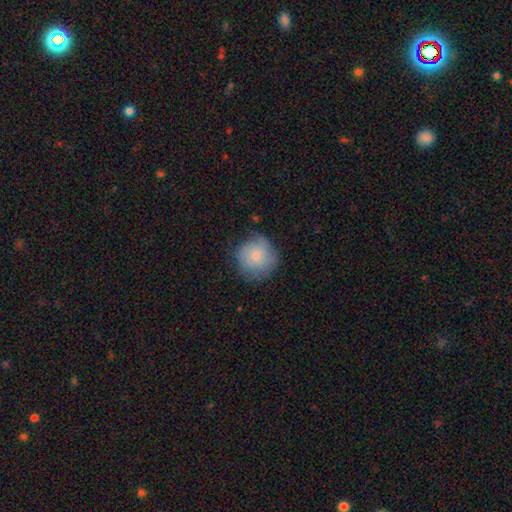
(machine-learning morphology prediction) Smooth or featured? Predicted: smooth (p=0.69). How rounded? Predicted: round (p=0.92). Merging? Predicted: none (p=0.65).